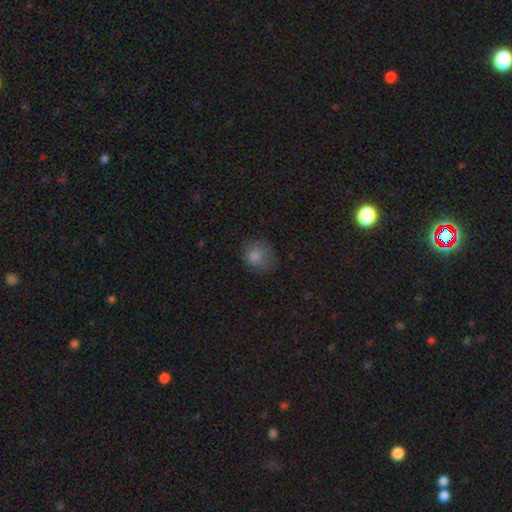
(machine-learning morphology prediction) A smooth galaxy with no disk features (80%) that is round (73%).

Vote fractions:
- Smooth or featured? smooth: 80% / star or artifact: 11% / featured or disk: 9%
- How rounded? round: 73% / in between: 26% / cigar-shaped: 1%
- Merging? none: 65% / minor disturbance: 23% / major disturbance: 11% / merger: 1%